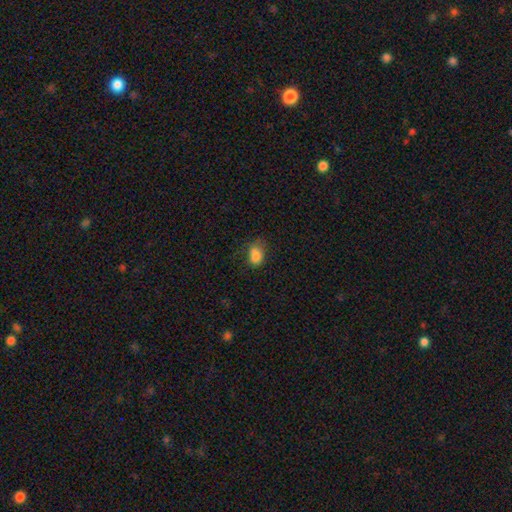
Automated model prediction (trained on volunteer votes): This appears to be a smooth galaxy with no disk features (81%) that is in between round and cigar-shaped (75%). Merging: none (50%).